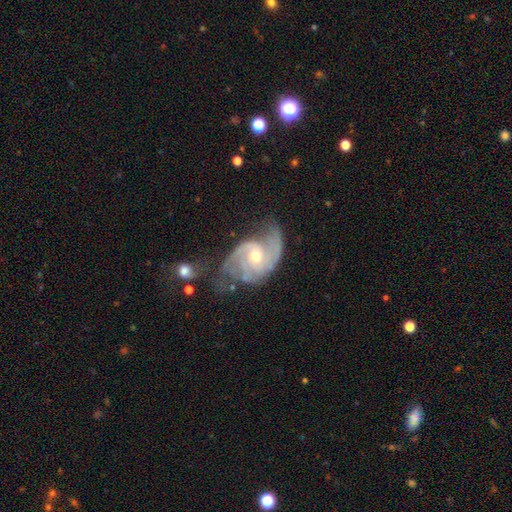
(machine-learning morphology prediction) type=featured or disk (88%); edge-on=no (97%); bar=no (66%); spiral arms=yes (96%); winding=medium (44%); arm count=2 (50%); bulge=moderate (56%); merging=none (40%).